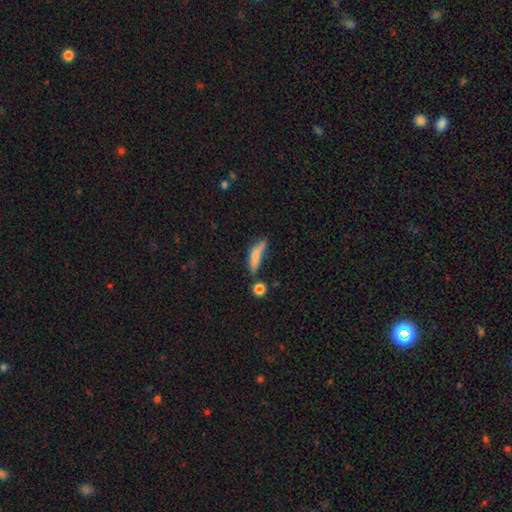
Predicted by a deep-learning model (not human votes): Smooth or featured? Predicted: smooth (p=0.73). How rounded? Predicted: cigar-shaped (p=0.65). Merging? Predicted: none (p=0.42).